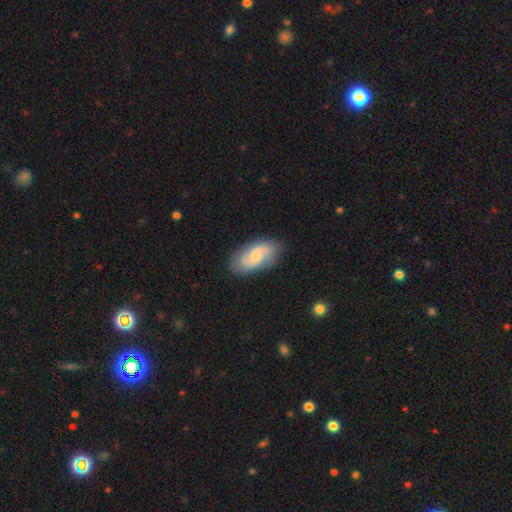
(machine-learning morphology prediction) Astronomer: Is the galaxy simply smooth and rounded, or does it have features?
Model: featured or disk — 57% (runner-up: smooth, 37%).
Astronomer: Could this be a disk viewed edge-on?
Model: no — 95%.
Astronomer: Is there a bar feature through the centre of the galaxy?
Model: no — 51% (runner-up: weak, 42%).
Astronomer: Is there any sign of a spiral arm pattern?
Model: yes — 90%.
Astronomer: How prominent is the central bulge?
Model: small — 58%.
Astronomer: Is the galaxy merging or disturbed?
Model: none — 81%.